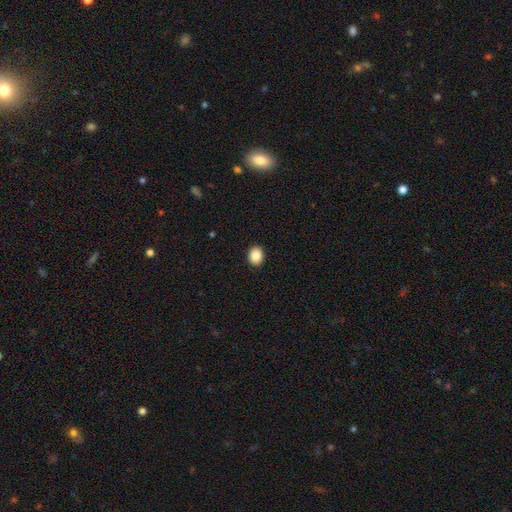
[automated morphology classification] smooth 86%, star or artifact 9%, featured or disk 5%. Down the decision tree: how rounded — round (56%); merging — none (92%).